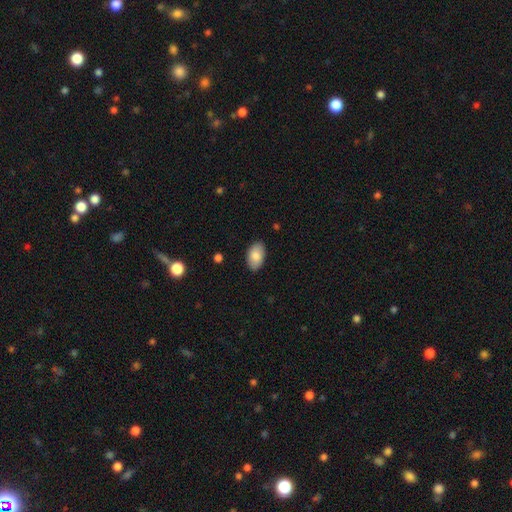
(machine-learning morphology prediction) A smooth galaxy with no disk features (85%) that is in between round and cigar-shaped (93%).

Vote fractions:
- Smooth or featured? smooth: 85% / featured or disk: 9% / star or artifact: 6%
- How rounded? in between: 93% / round: 6% / cigar-shaped: 1%
- Merging? none: 87% / minor disturbance: 10% / major disturbance: 2% / merger: 1%